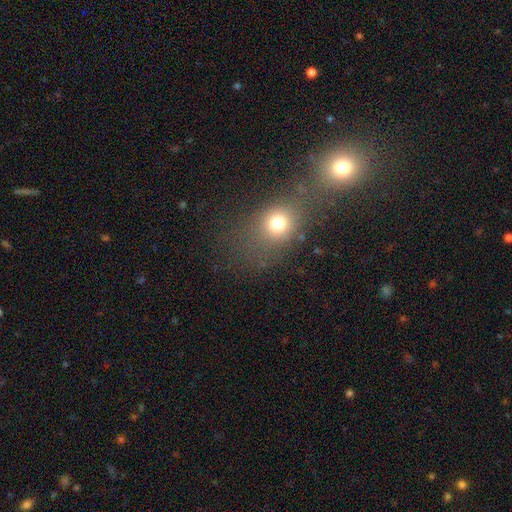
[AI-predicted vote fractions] A smooth galaxy with no disk features (64%) that is round (67%). Merging: merger (56%).